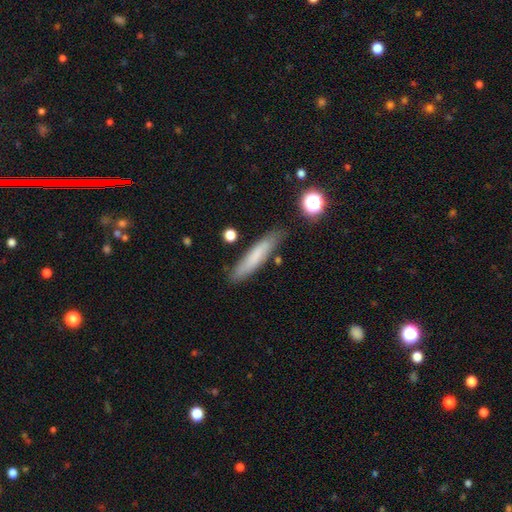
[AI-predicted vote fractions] Smooth or featured? Predicted: smooth (p=0.71). How rounded? Predicted: cigar-shaped (p=0.86). Merging? Predicted: none (p=0.80).